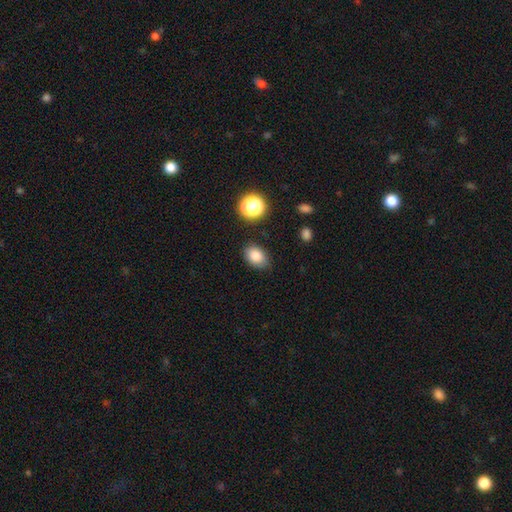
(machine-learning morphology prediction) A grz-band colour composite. It shows a smooth galaxy with no disk features (83%) that is in between round and cigar-shaped (79%). Merging: none (82%).